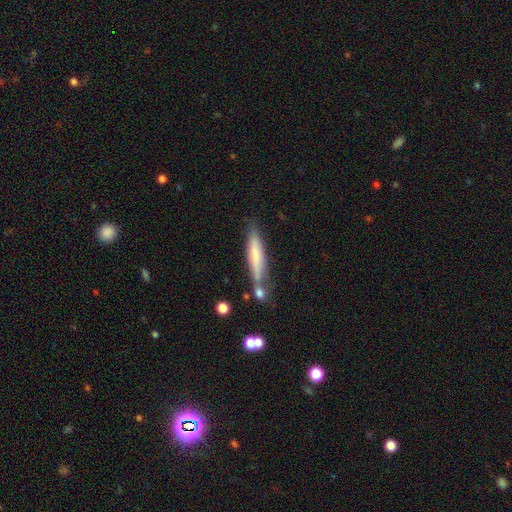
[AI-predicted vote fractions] Smooth or featured? smooth (59%)
How rounded? cigar-shaped (86%)
Merging? none (62%)